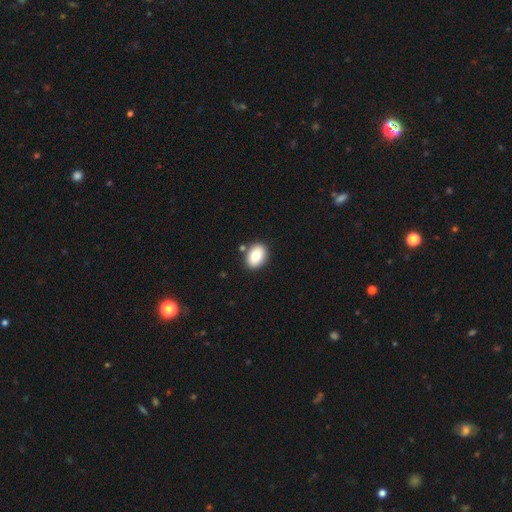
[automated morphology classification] type=smooth (81%); roundness=in between (76%); merging=none (83%).